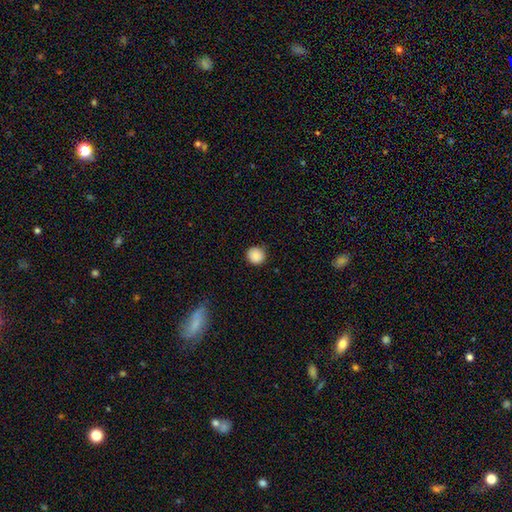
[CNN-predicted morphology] Smooth or featured? smooth (88%)
How rounded? round (93%)
Merging? none (88%)